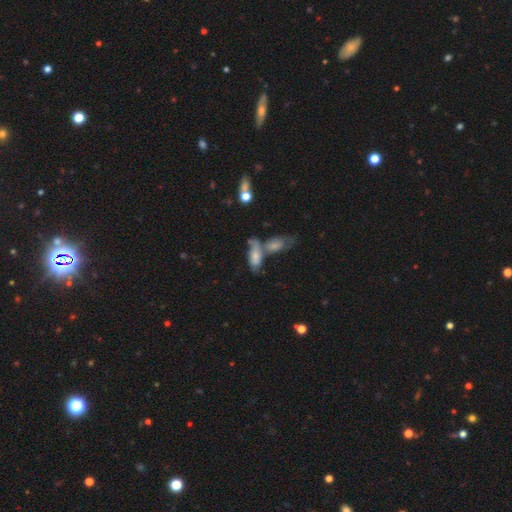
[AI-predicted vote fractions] Smooth or featured? smooth (63%)
How rounded? in between (79%)
Merging? merger (50%)